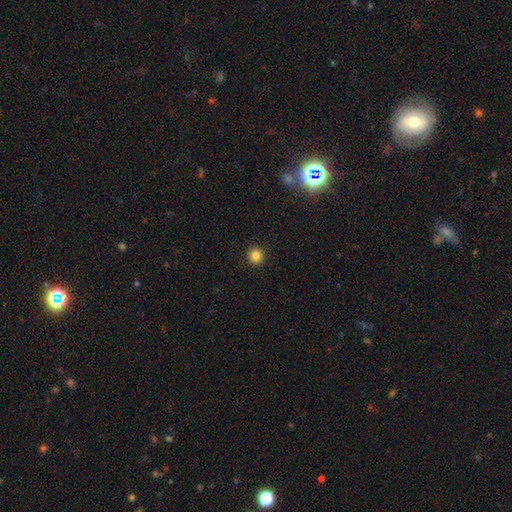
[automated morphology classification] This appears to be a smooth galaxy with no disk features (84%) that is round (94%). Merging: none (93%).